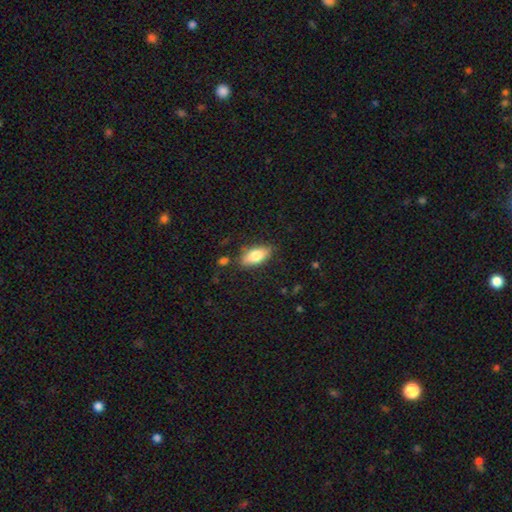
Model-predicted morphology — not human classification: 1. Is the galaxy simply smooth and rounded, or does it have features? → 78% smooth, 16% featured or disk, 7% star or artifact.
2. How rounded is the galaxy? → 85% in between, 12% cigar-shaped, 3% round.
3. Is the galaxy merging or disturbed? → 82% none, 13% minor disturbance, 3% major disturbance, 2% merger.